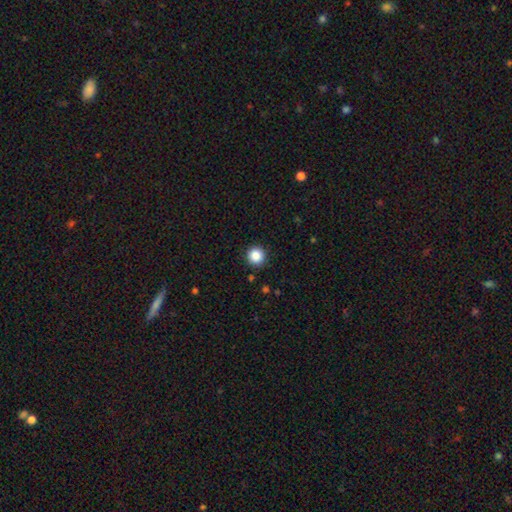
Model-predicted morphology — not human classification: The model was most divided on "smooth or featured": smooth: 86%, star or artifact: 10%, featured or disk: 3%. More confident: how rounded — round (95%); merging — none (92%).